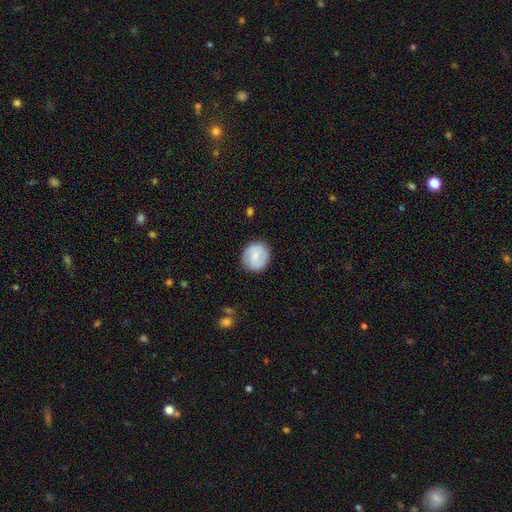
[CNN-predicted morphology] type=smooth (58%); roundness=round (86%); merging=none (84%).